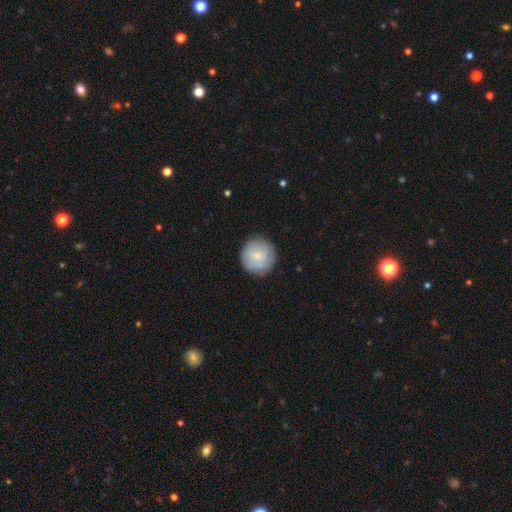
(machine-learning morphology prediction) smooth_or_featured: smooth (p=0.75) [alt: featured or disk p=0.19]
how_rounded: round (p=0.95) [alt: in between p=0.04]
merging: none (p=0.87) [alt: minor disturbance p=0.10]